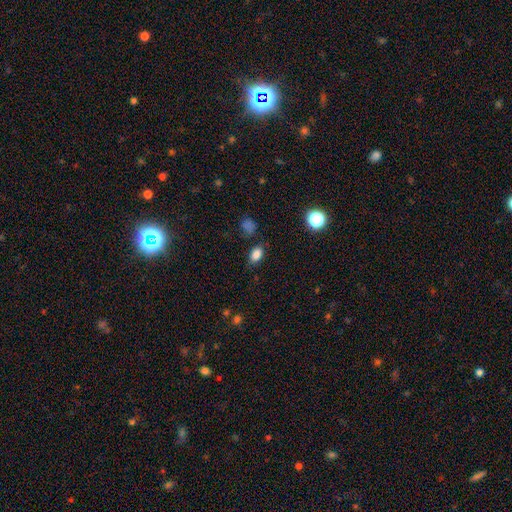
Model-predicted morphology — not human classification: Smooth or featured? smooth (83%)
How rounded? in between (82%)
Merging? none (79%)